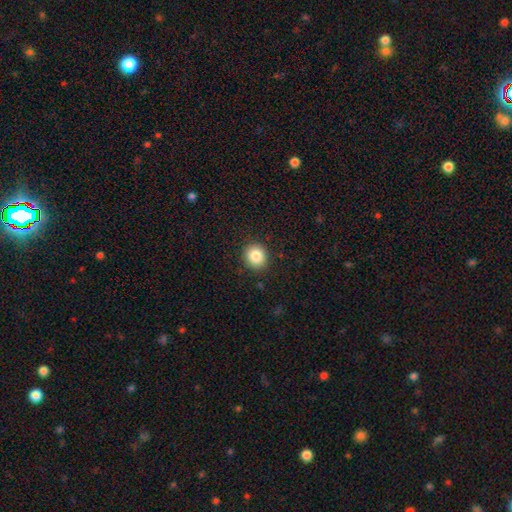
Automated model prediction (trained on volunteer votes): Q: Smooth or featured?
A: smooth (85%); runner-up: star or artifact (9%)
Q: How rounded?
A: round (79%); runner-up: in between (20%)
Q: Merging?
A: none (90%); runner-up: minor disturbance (7%)